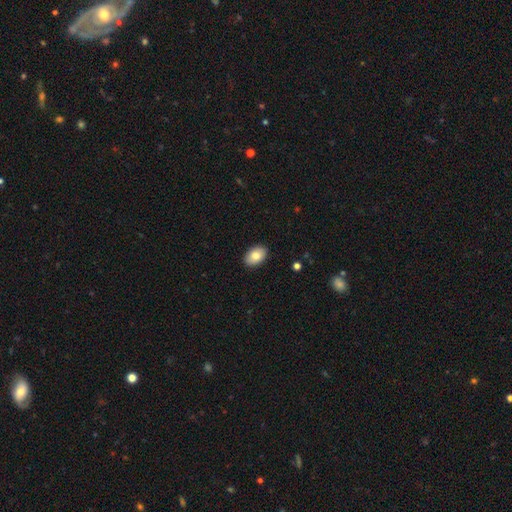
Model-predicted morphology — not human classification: Smooth or featured? smooth (80%)
How rounded? in between (89%)
Merging? none (89%)